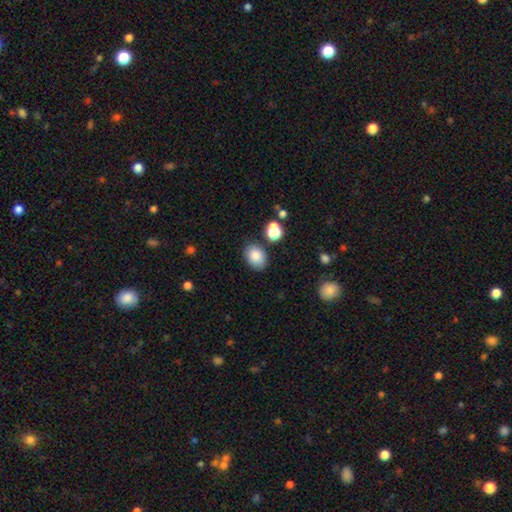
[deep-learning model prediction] A smooth galaxy with no disk features (84%) that is in between round and cigar-shaped (71%).

Vote fractions:
- Smooth or featured? smooth: 84% / star or artifact: 9% / featured or disk: 7%
- How rounded? in between: 71% / round: 28% / cigar-shaped: 1%
- Merging? none: 80% / minor disturbance: 12% / merger: 5% / major disturbance: 3%